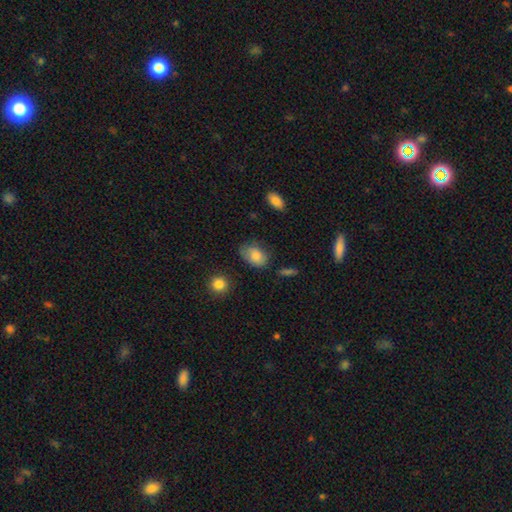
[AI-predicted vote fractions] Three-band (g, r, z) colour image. It shows a smooth galaxy with no disk features (81%) that is in between round and cigar-shaped (84%). Merging: none (62%).